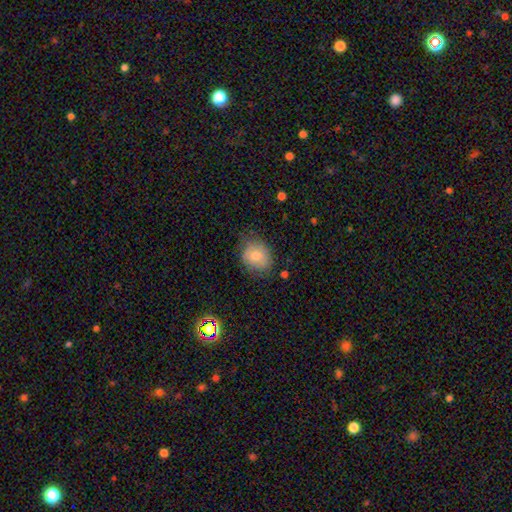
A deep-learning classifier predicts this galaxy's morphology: This appears to be a smooth galaxy with no disk features (71%) that is round (63%). Merging: none (70%).